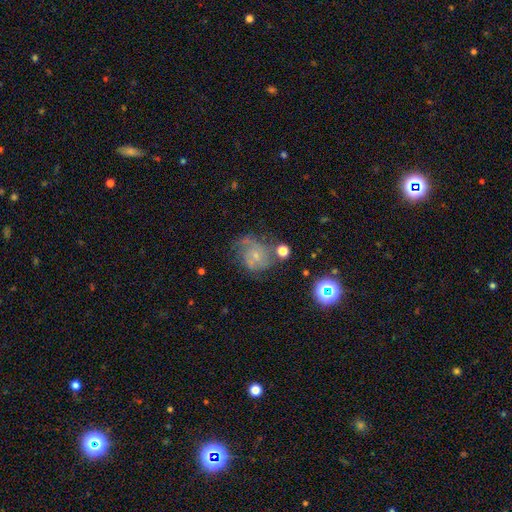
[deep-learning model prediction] Q: Smooth or featured?
A: featured or disk (62%); runner-up: smooth (26%)
Q: Edge-on disk?
A: no (98%); runner-up: yes (2%)
Q: Bar?
A: no (77%); runner-up: weak (20%)
Q: Spiral arms?
A: yes (83%); runner-up: no (17%)
Q: Bulge size?
A: small (73%); runner-up: moderate (19%)
Q: Merging?
A: none (48%); runner-up: minor disturbance (25%)